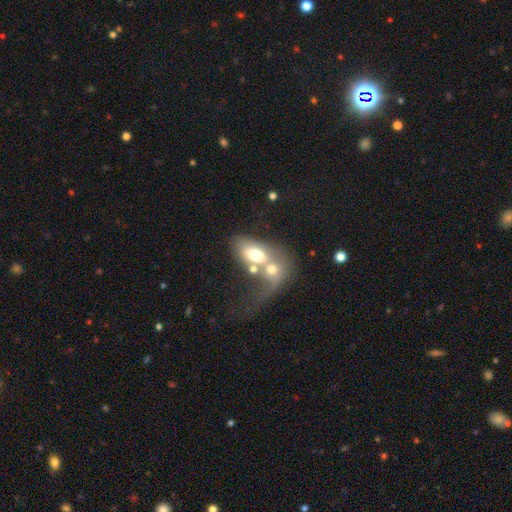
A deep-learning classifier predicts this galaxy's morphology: Smooth or featured?
  - smooth: 59% *
  - featured or disk: 33%
  - star or artifact: 9%
How rounded?
  - in between: 80% *
  - round: 16%
  - cigar-shaped: 4%
Merging?
  - merger: 65% *
  - major disturbance: 17%
  - none: 12%
  - minor disturbance: 7%